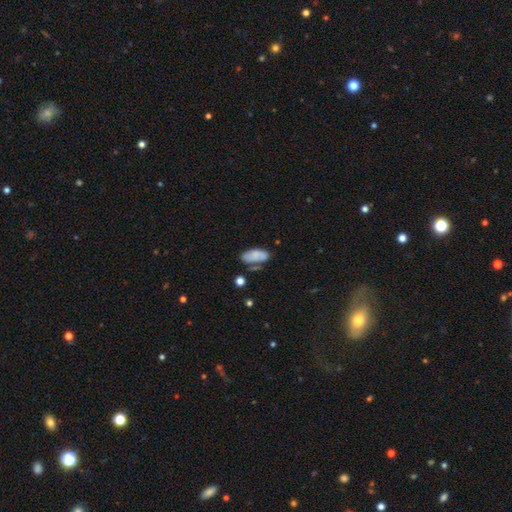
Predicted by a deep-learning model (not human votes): A smooth galaxy with no disk features (73%) that is in between round and cigar-shaped (92%).

Vote fractions:
- Smooth or featured? smooth: 73% / featured or disk: 18% / star or artifact: 8%
- How rounded? in between: 92% / cigar-shaped: 5% / round: 3%
- Merging? none: 55% / minor disturbance: 26% / merger: 11% / major disturbance: 9%